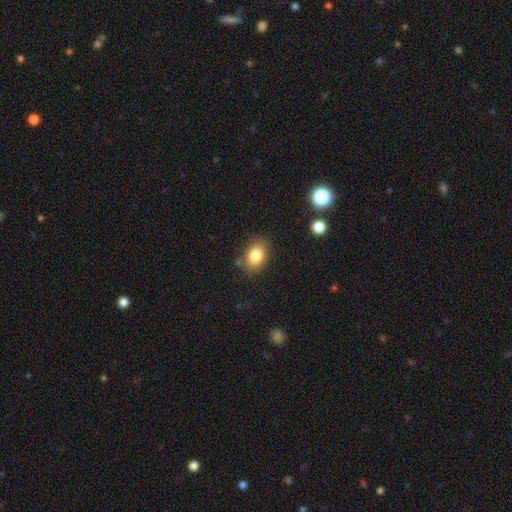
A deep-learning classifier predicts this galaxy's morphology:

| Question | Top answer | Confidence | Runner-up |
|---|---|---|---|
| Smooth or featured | smooth | 83% | star or artifact (9%) |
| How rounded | in between | 76% | round (22%) |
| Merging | none | 80% | minor disturbance (13%) |